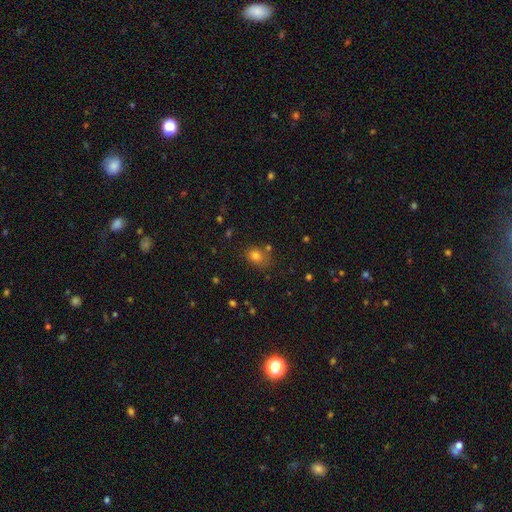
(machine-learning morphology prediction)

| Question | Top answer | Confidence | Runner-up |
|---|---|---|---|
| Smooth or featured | smooth | 76% | star or artifact (15%) |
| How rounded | in between | 54% | round (45%) |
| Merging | none | 66% | minor disturbance (19%) |